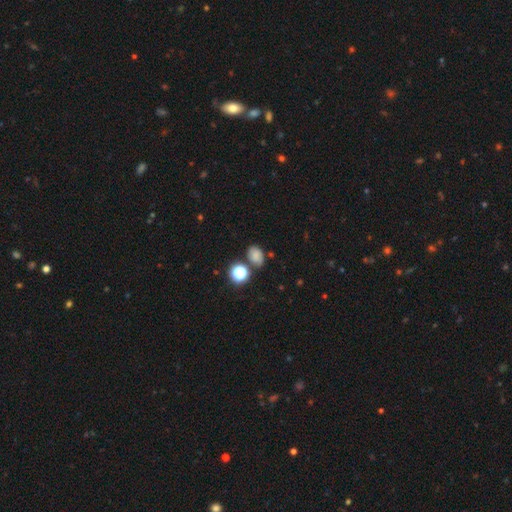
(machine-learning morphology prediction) Overall: smooth (68%). How rounded: in between (65%; round 34%). Merging: none (67%).